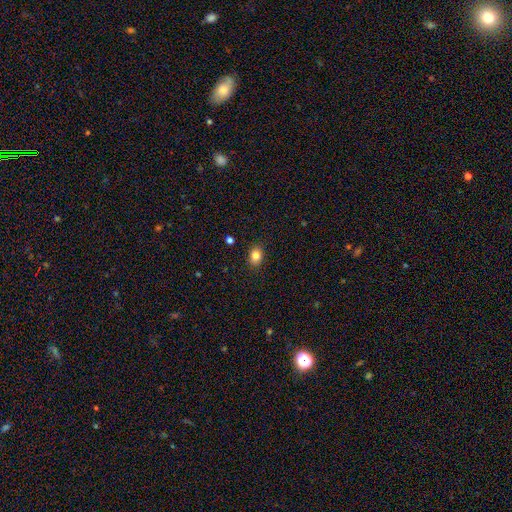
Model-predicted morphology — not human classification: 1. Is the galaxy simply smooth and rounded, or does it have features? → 83% smooth, 10% star or artifact, 7% featured or disk.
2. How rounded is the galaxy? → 63% in between, 36% round, 1% cigar-shaped.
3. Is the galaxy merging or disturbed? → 88% none, 8% minor disturbance, 2% major disturbance, 1% merger.